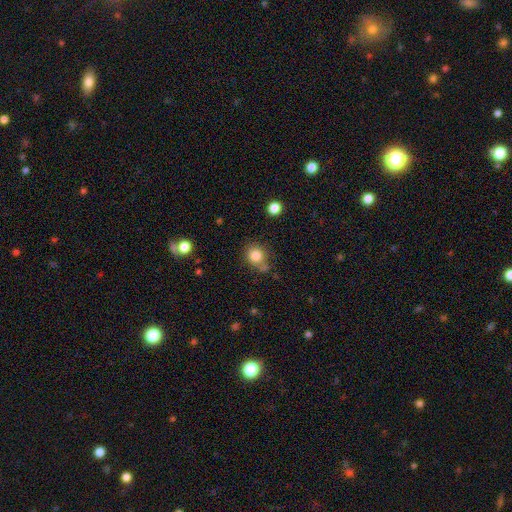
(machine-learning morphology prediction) Q: Smooth or featured?
A: smooth (82%); runner-up: star or artifact (11%)
Q: How rounded?
A: round (80%); runner-up: in between (19%)
Q: Merging?
A: none (65%); runner-up: minor disturbance (18%)